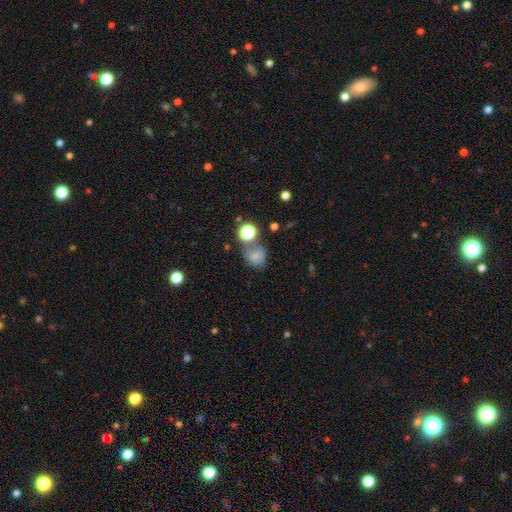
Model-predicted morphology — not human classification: The model was most divided on "merging": none: 47%, merger: 21%, minor disturbance: 20%, major disturbance: 12%. More confident: how rounded — round (68%); smooth or featured — smooth (63%).